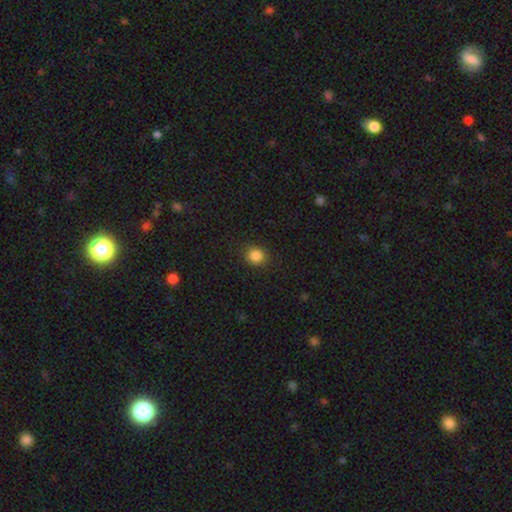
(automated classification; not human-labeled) Overall: smooth (85%). How rounded: round (83%). Merging: none (89%).